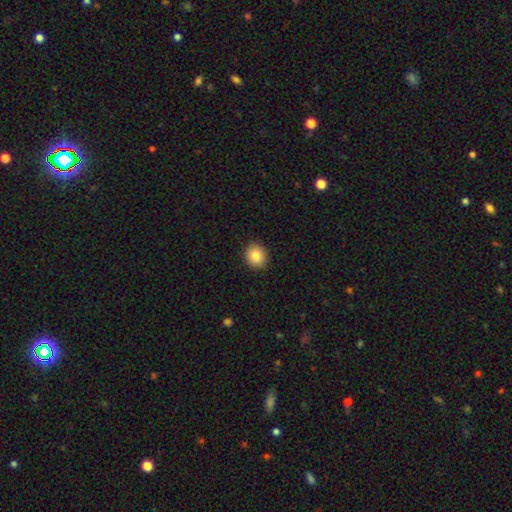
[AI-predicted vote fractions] Smooth or featured? Predicted: smooth (p=0.85). How rounded? Predicted: round (p=0.79). Merging? Predicted: none (p=0.91).